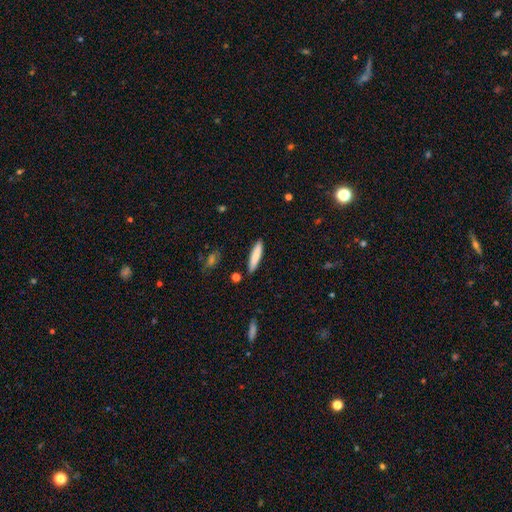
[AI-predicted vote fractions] smooth_or_featured: smooth (p=0.82) [alt: featured or disk p=0.12]
how_rounded: cigar-shaped (p=0.83) [alt: in between p=0.16]
merging: none (p=0.89) [alt: minor disturbance p=0.08]